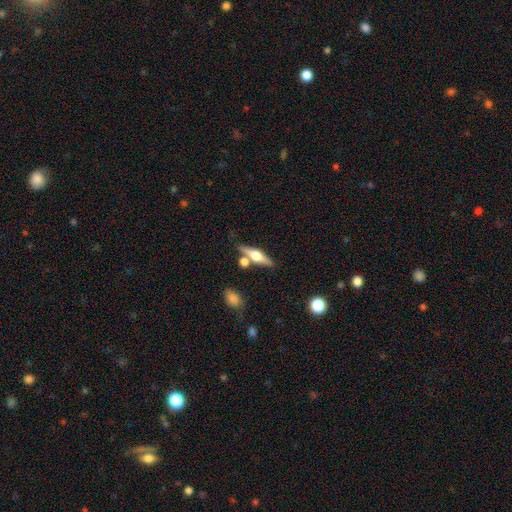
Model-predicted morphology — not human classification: Smooth or featured? Predicted: featured or disk (p=0.60). Edge-on disk? Predicted: yes (p=0.95). Edge-on bulge? Predicted: rounded (p=0.93). Merging? Predicted: none (p=0.71).